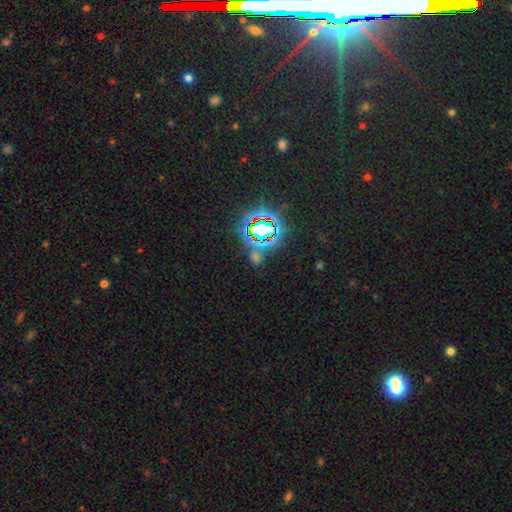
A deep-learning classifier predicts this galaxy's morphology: A star or artifact, not a galaxy (67%).